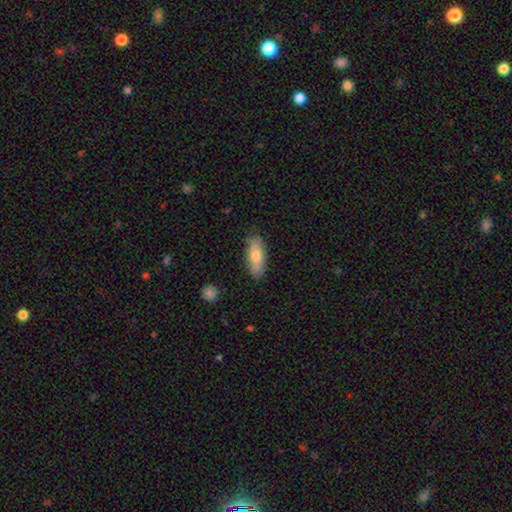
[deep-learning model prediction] The model was most divided on "how rounded": in between: 71%, cigar-shaped: 26%, round: 2%. More confident: merging — none (86%); smooth or featured — smooth (75%).